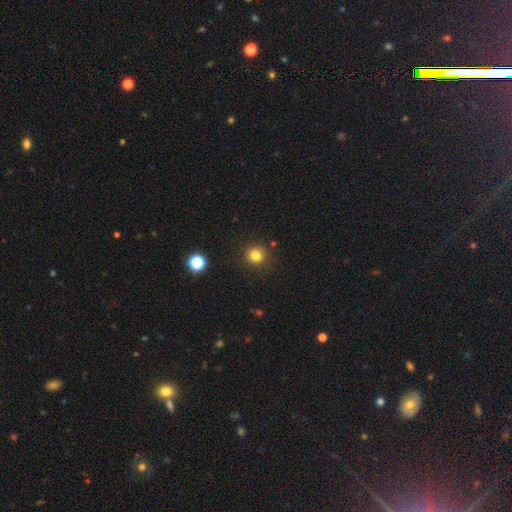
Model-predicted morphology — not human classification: Smooth or featured? smooth (81%)
How rounded? round (88%)
Merging? none (88%)